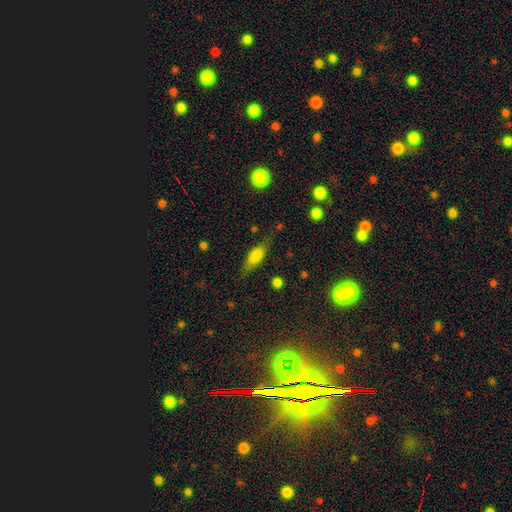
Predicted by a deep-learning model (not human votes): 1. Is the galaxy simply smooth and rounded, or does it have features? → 76% smooth, 16% featured or disk, 9% star or artifact.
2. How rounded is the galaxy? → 63% in between, 34% cigar-shaped, 3% round.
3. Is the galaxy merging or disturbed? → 70% none, 21% minor disturbance, 6% major disturbance, 2% merger.